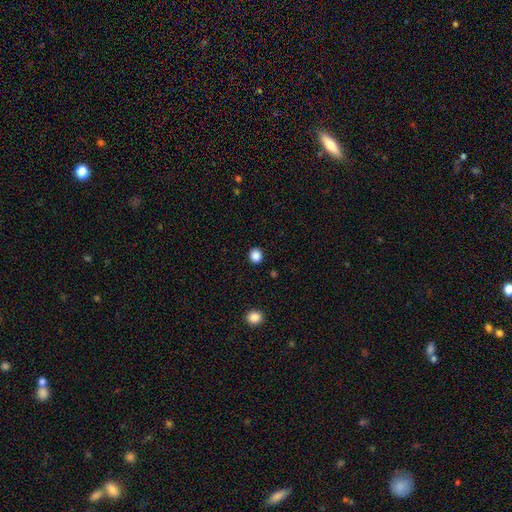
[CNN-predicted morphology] smooth-or-featured: smooth: 87% | star or artifact: 11% | featured or disk: 3%
  how-rounded: round: 85% | in between: 14% | cigar-shaped: 1%
  merging: none: 92% | minor disturbance: 5% | major disturbance: 2% | merger: 1%